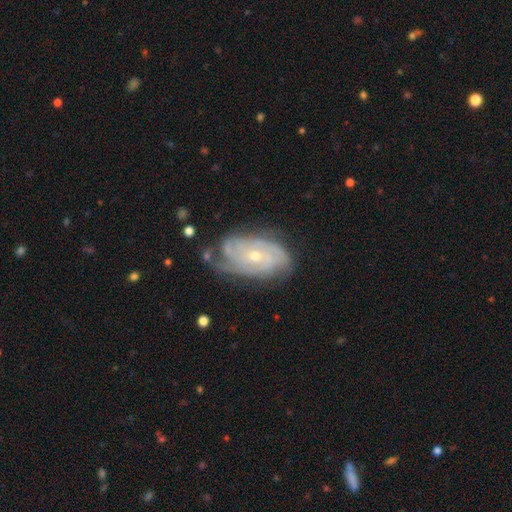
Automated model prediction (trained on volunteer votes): A featured or disk galaxy (85%) with no bar (72%), tight (69%) spiral arms (95%) and a small central bulge (58%).

Vote fractions:
- Smooth or featured? featured or disk: 85% / smooth: 10% / star or artifact: 6%
- Edge-on disk? no: 95% / yes: 5%
- Bar? no: 72% / weak: 23% / strong: 5%
- Spiral arms? yes: 95% / no: 5%
- Spiral winding? tight: 69% / medium: 25% / loose: 6%
- Spiral arm count? can't tell: 31% / 3: 26% / 2: 19% / 4: 14% / more than 4: 5% / 1: 5%
- Bulge size? small: 58% / moderate: 39% / large: 1% / none: 1% / dominant: 1%
- Merging? none: 61% / minor disturbance: 26% / major disturbance: 10% / merger: 3%